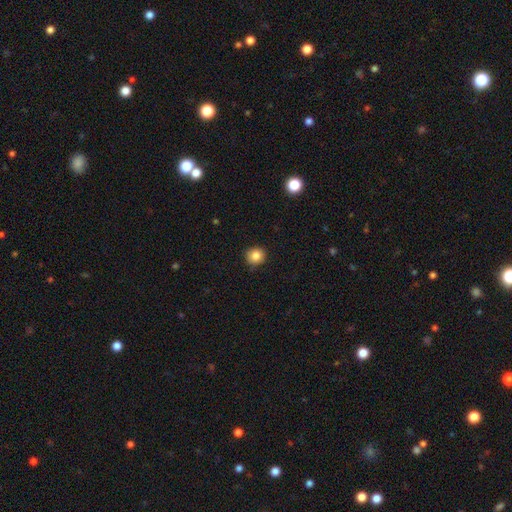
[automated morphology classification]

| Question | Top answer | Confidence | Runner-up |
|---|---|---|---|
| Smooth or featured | smooth | 85% | star or artifact (10%) |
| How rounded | round | 90% | in between (9%) |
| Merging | none | 89% | minor disturbance (8%) |